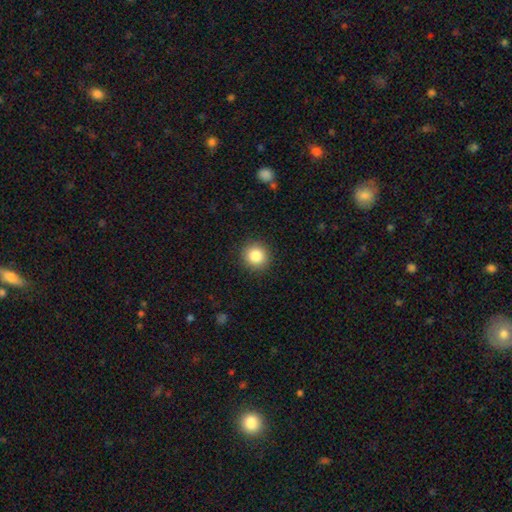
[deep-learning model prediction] Smooth or featured?
  - smooth: 85% *
  - star or artifact: 10%
  - featured or disk: 6%
How rounded?
  - round: 92% *
  - in between: 7%
  - cigar-shaped: 1%
Merging?
  - none: 91% *
  - minor disturbance: 6%
  - major disturbance: 2%
  - merger: 1%